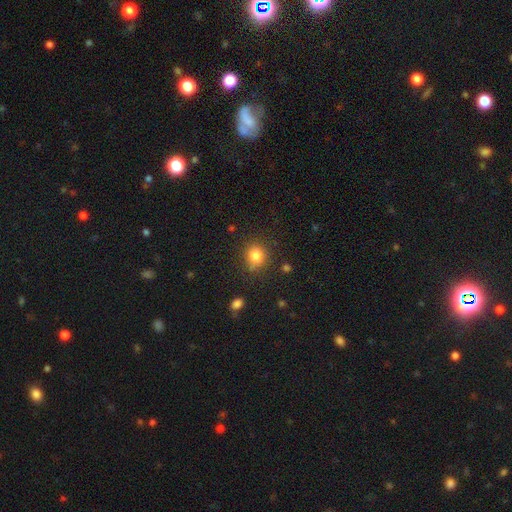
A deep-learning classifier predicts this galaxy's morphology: The model was most divided on "how rounded": round: 79%, in between: 20%, cigar-shaped: 1%. More confident: smooth or featured — smooth (82%); merging — none (77%).